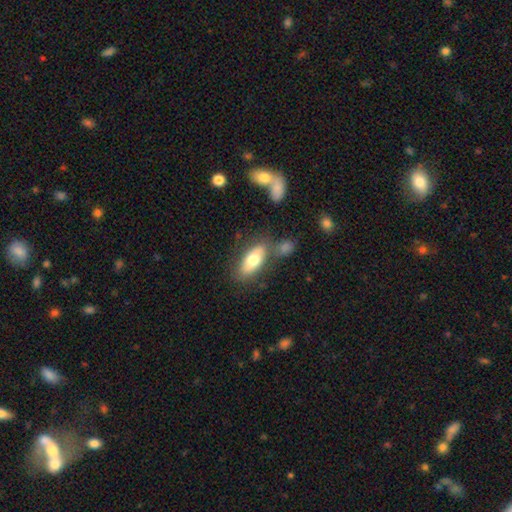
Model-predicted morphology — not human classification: Smooth or featured? smooth (62%)
How rounded? in between (79%)
Merging? none (67%)